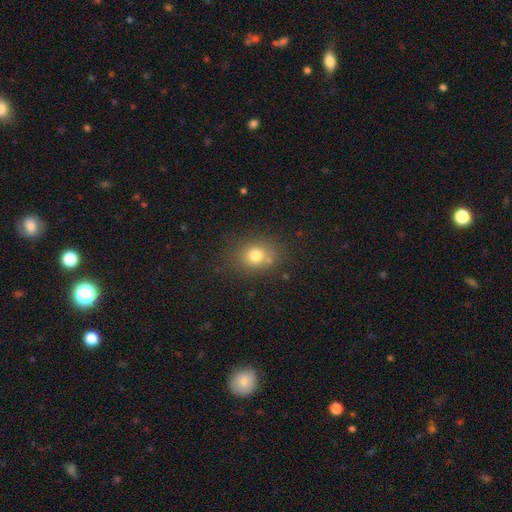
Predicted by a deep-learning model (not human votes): This is likely a smooth galaxy (76%). How rounded: possibly round (59%). Merging: likely none (75%).